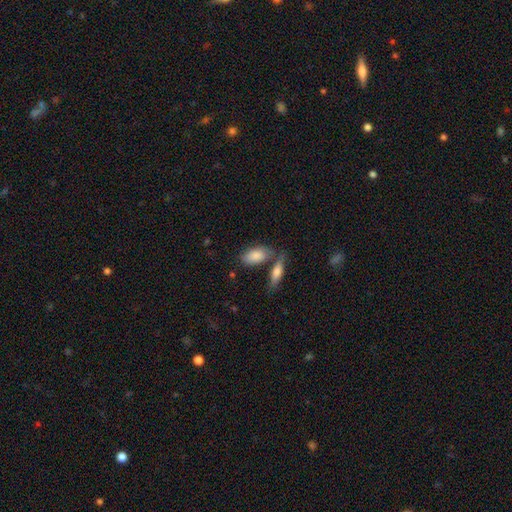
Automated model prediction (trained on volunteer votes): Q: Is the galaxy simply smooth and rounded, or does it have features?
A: smooth — 83%.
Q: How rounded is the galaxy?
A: in between — 89%.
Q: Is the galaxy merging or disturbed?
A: none — 56%.